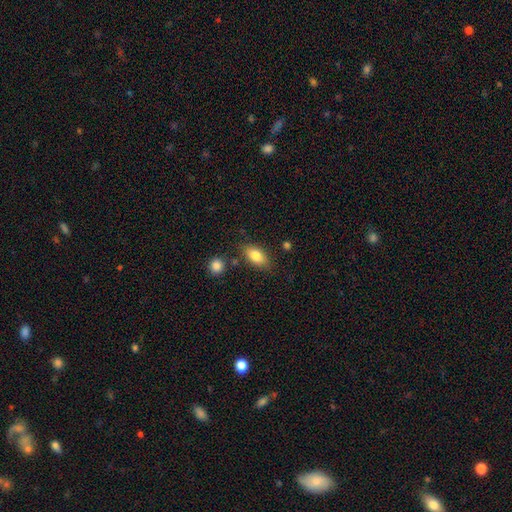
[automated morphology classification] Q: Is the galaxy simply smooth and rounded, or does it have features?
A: smooth — 81%.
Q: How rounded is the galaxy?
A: in between — 89%.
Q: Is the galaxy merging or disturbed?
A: none — 78%.